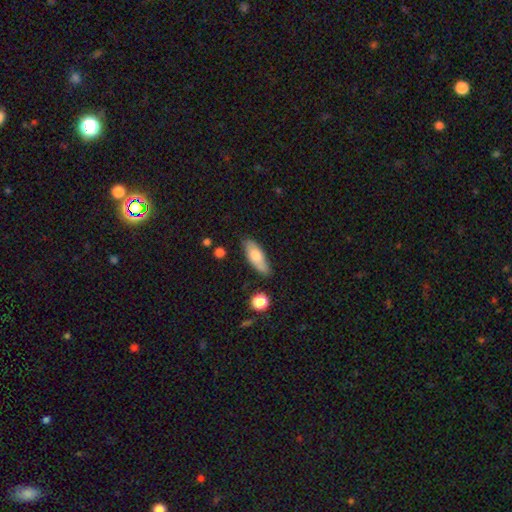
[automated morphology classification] A smooth galaxy with no disk features (71%) that is in between round and cigar-shaped (67%). Merging: none (79%).